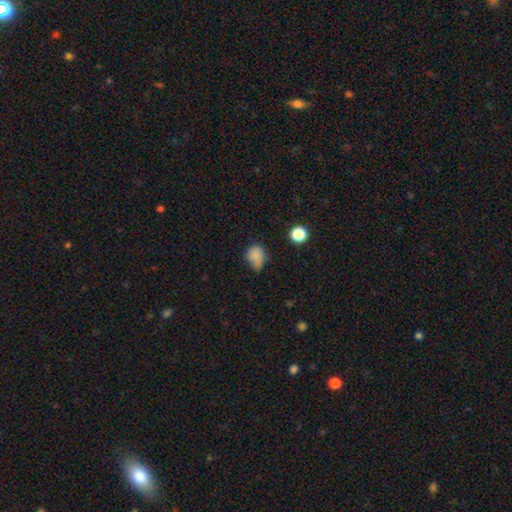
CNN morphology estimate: Smooth or featured?
  - smooth: 80% *
  - star or artifact: 13%
  - featured or disk: 7%
How rounded?
  - round: 53% *
  - in between: 45%
  - cigar-shaped: 1%
Merging?
  - none: 41% * (tied)
  - minor disturbance: 41% * (tied)
  - major disturbance: 13%
  - merger: 5%